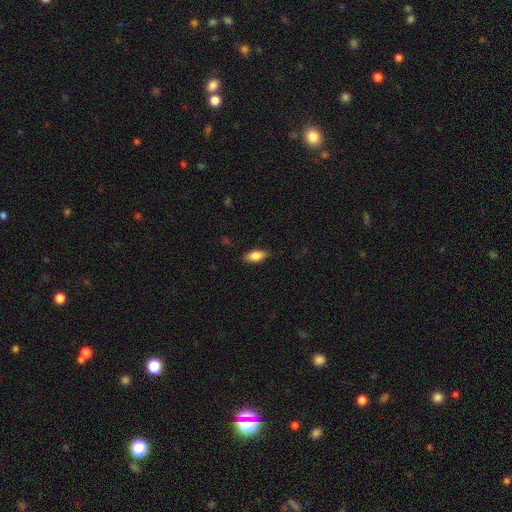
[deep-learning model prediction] Morphology: type=smooth (83%); roundness=in between (87%); merging=none (84%).